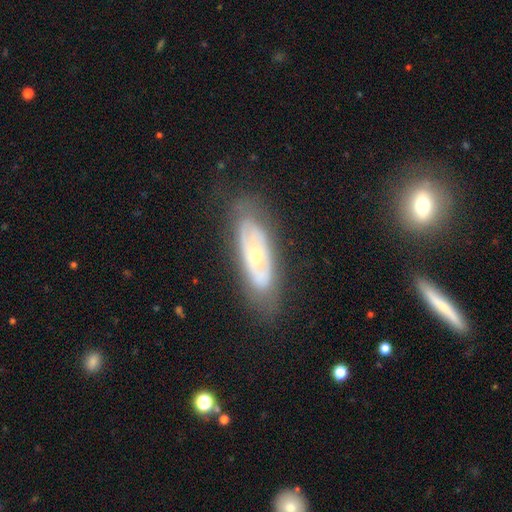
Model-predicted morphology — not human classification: featured or disk 68%, smooth 26%, star or artifact 6%. Down the decision tree: edge-on disk — no (83%); bar — no (87%); spiral arms — no (68%); bulge size — moderate (49%); merging — none (78%).